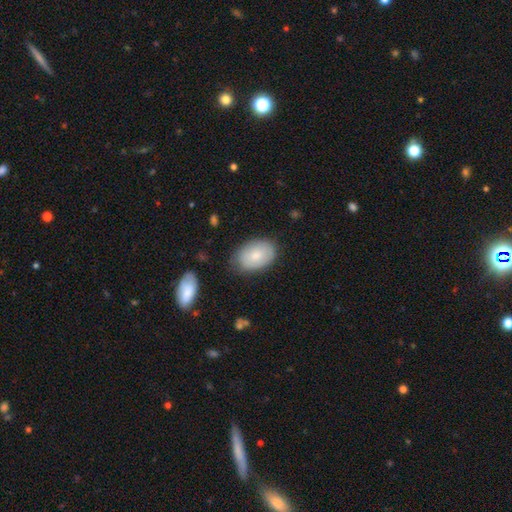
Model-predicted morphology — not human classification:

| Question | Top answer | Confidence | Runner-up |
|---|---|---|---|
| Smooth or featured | smooth | 78% | featured or disk (16%) |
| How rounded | in between | 89% | round (10%) |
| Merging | none | 76% | minor disturbance (18%) |